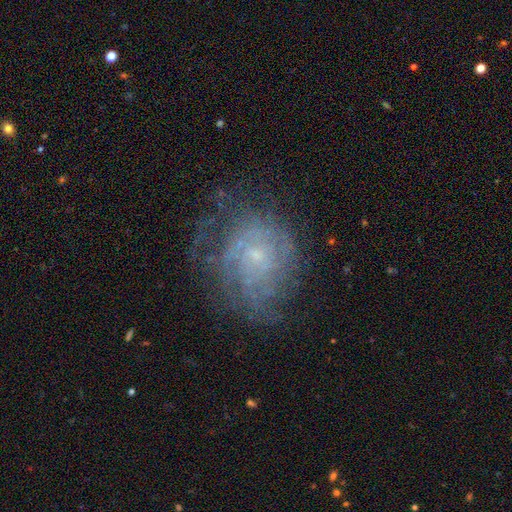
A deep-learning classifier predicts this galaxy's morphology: This appears to be a featured or disk galaxy (69%) with no bar (75%), tight (61%) spiral arms (80%) and a small central bulge (75%). Merging: none (61%).